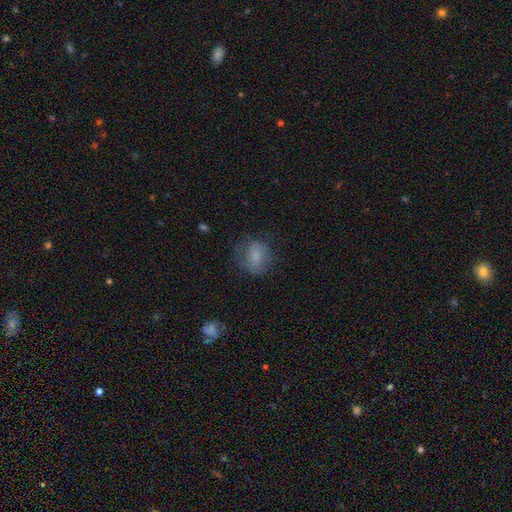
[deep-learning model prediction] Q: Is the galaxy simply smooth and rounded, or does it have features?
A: smooth — 72%.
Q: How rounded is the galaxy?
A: round — 53%.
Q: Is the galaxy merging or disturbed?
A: none — 64%.